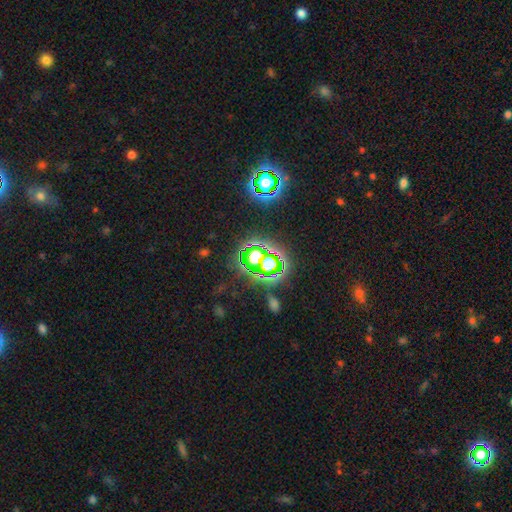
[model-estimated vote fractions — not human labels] smooth-or-featured: star or artifact: 68% | smooth: 19% | featured or disk: 13%